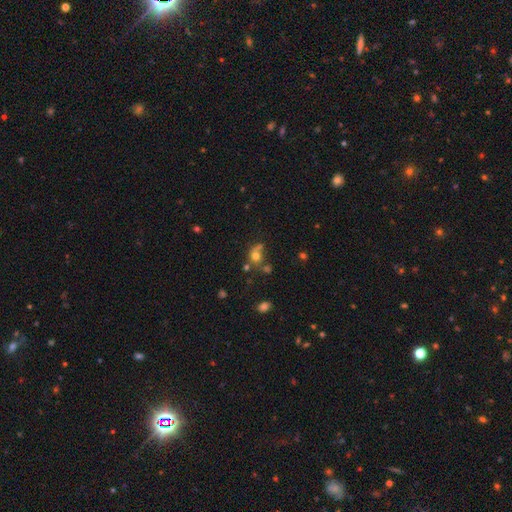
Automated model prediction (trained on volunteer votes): Smooth or featured: smooth — 66% (star or artifact — 18%)
How rounded: round — 72% (in between — 26%)
Merging: none — 39% (merger — 30%)